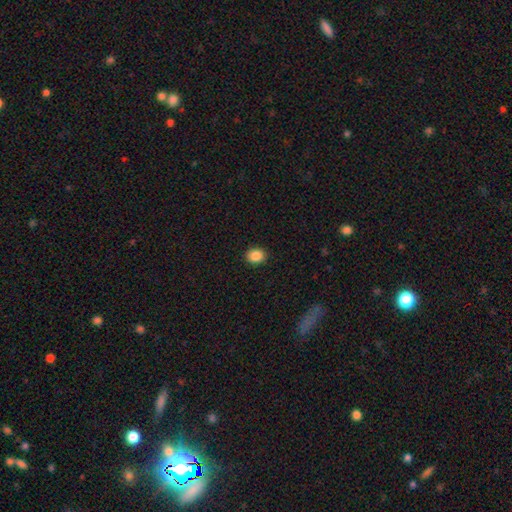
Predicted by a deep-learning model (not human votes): Smooth or featured?
  - smooth: 87% *
  - star or artifact: 9%
  - featured or disk: 4%
How rounded?
  - round: 64% *
  - in between: 35%
  - cigar-shaped: 1%
Merging?
  - none: 92% *
  - minor disturbance: 6%
  - major disturbance: 2%
  - merger: 1%